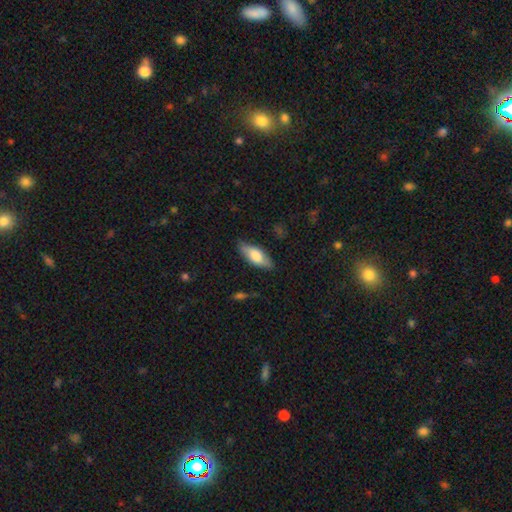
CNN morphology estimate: The model was most divided on "smooth or featured": smooth: 67%, featured or disk: 27%, star or artifact: 6%. More confident: merging — none (82%); how rounded — in between (71%).